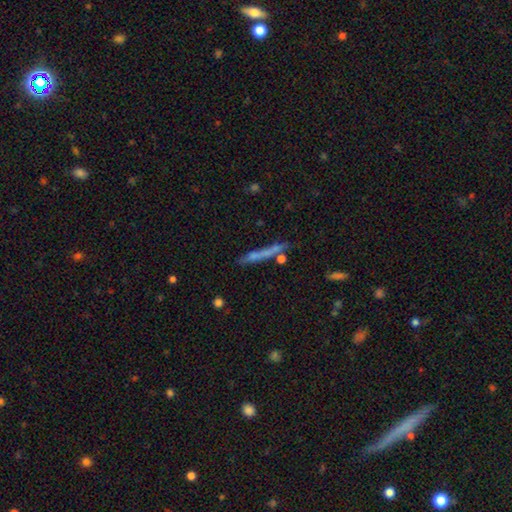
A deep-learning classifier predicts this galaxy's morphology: Overall: smooth (48%; featured or disk 41%). Merging: none (72%).